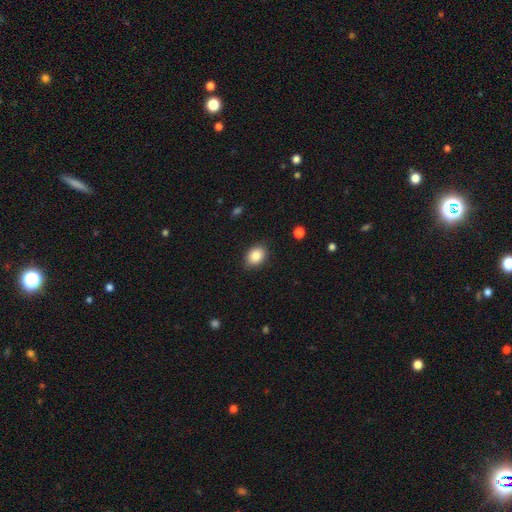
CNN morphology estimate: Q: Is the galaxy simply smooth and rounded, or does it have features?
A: smooth — 86%.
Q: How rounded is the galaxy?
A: in between — 75%.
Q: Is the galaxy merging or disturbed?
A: none — 87%.